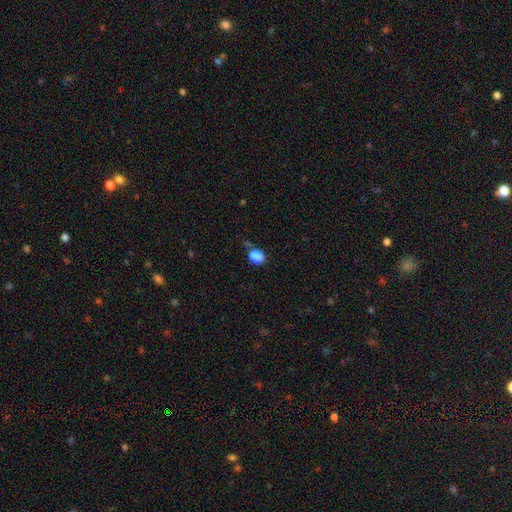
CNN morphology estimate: Q: Smooth or featured?
A: smooth (87%); runner-up: star or artifact (9%)
Q: How rounded?
A: in between (69%); runner-up: round (30%)
Q: Merging?
A: none (66%); runner-up: minor disturbance (20%)